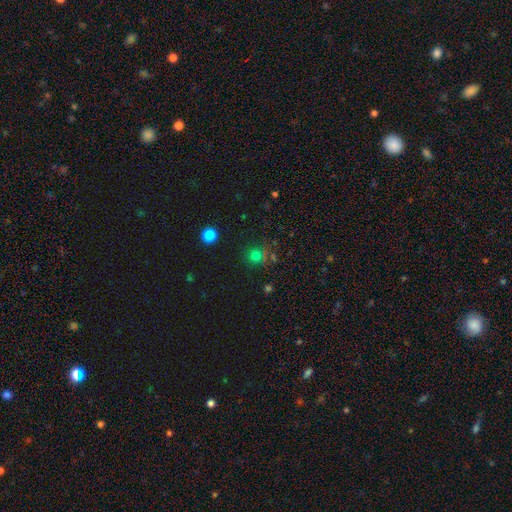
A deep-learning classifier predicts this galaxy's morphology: This is likely a smooth galaxy (63%). How rounded: clearly round (92%). Merging: clearly none (82%).